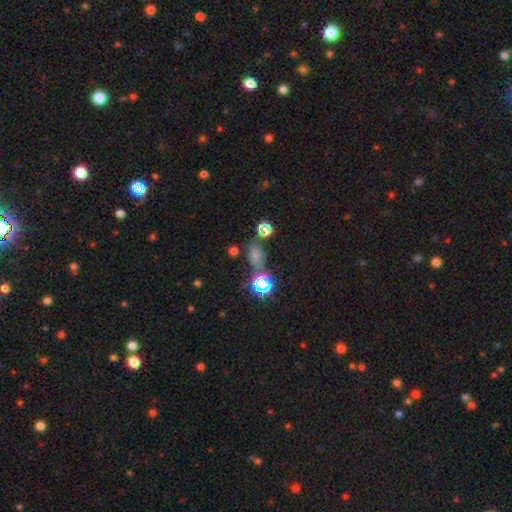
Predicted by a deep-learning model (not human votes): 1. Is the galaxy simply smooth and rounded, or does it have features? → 52% smooth, 40% star or artifact, 8% featured or disk.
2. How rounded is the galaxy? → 71% in between, 24% round, 4% cigar-shaped.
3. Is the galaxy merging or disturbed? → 65% none, 16% minor disturbance, 12% merger, 8% major disturbance.